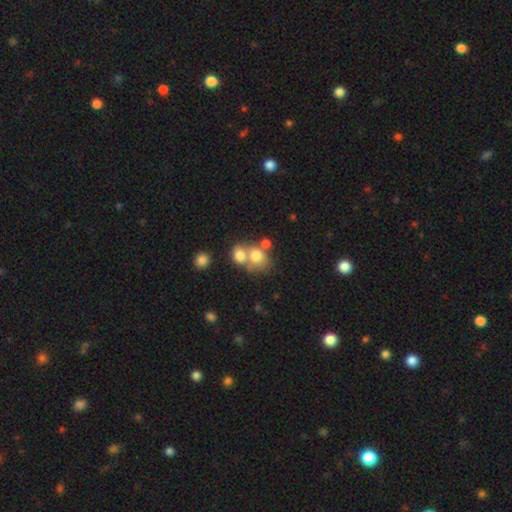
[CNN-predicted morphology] Smooth or featured? smooth (74%)
How rounded? round (63%)
Merging? merger (57%)